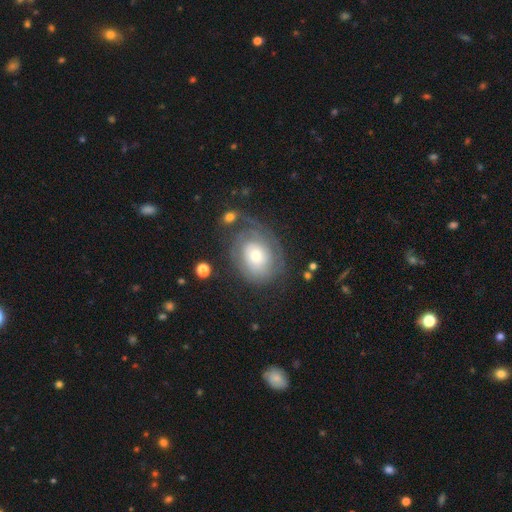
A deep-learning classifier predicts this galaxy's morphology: Overall: featured or disk (66%; smooth 27%). Edge-on disk: no (96%). Bar: no (80%). Spiral arms: yes (80%). Spiral arm count: can't tell (45%; 2 25%). Spiral winding: tight (68%). Bulge size: moderate (54%; small 31%). Merging: none (61%).